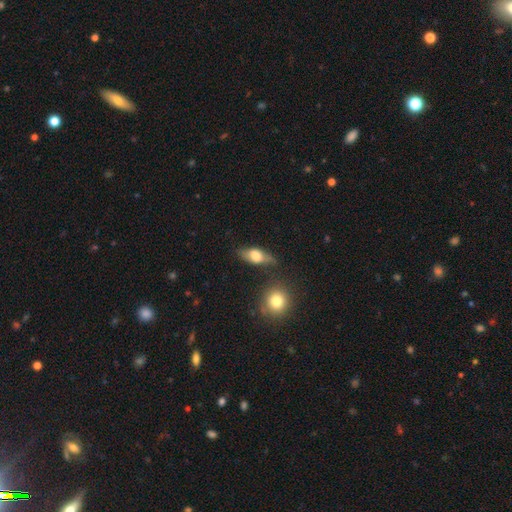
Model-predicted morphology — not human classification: This appears to be a smooth galaxy with no disk features (55%) that is in between round and cigar-shaped (75%). Merging: none (66%).